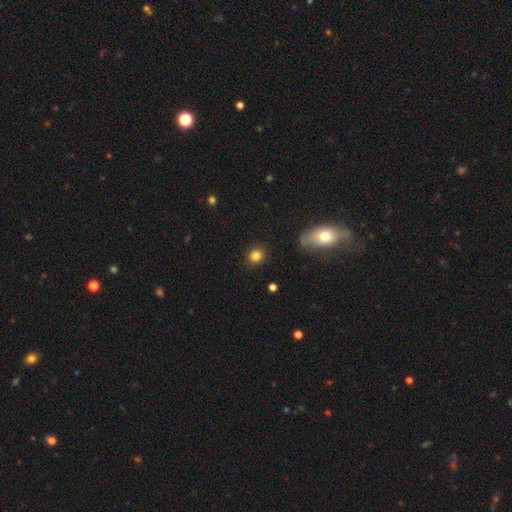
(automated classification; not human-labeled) This appears to be a smooth galaxy with no disk features (84%) that is round (77%). Merging: none (88%).